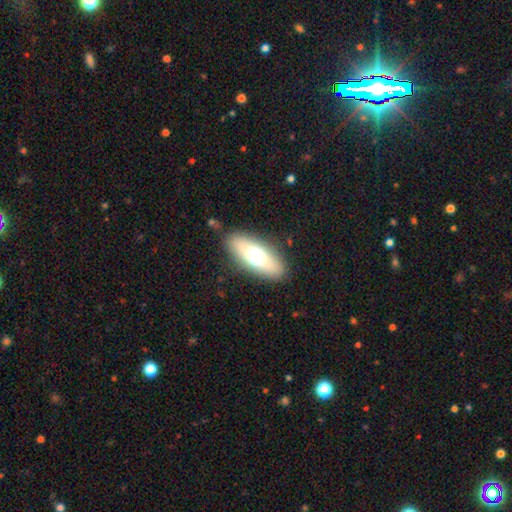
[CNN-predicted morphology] The model was most divided on "smooth or featured": smooth: 62%, featured or disk: 29%, star or artifact: 9%. More confident: merging — none (85%); how rounded — in between (75%).